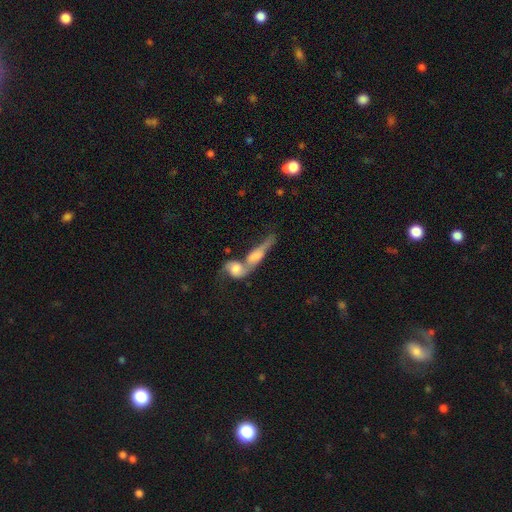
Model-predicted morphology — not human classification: A featured or disk galaxy (52%). Merging: merger (74%).